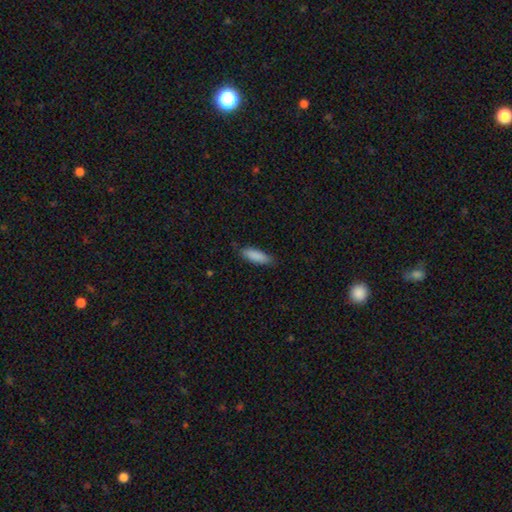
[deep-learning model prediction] smooth-or-featured: smooth: 89% | star or artifact: 6% | featured or disk: 5%
  how-rounded: in between: 55% | cigar-shaped: 44% | round: 1%
  merging: none: 83% | minor disturbance: 14% | major disturbance: 2% | merger: 1%